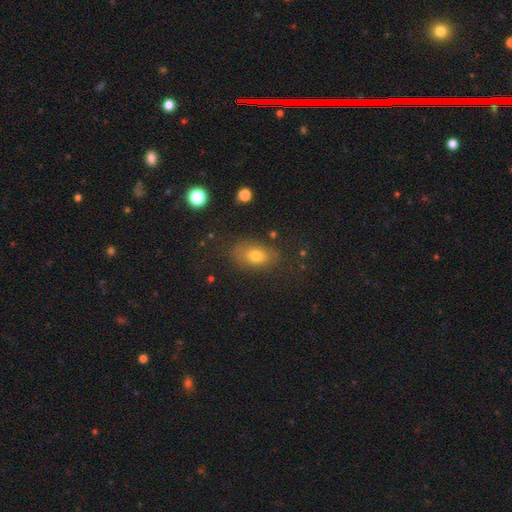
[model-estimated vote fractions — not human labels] The model was most divided on "smooth or featured": smooth: 72%, featured or disk: 15%, star or artifact: 13%. More confident: how rounded — in between (82%); merging — none (77%).